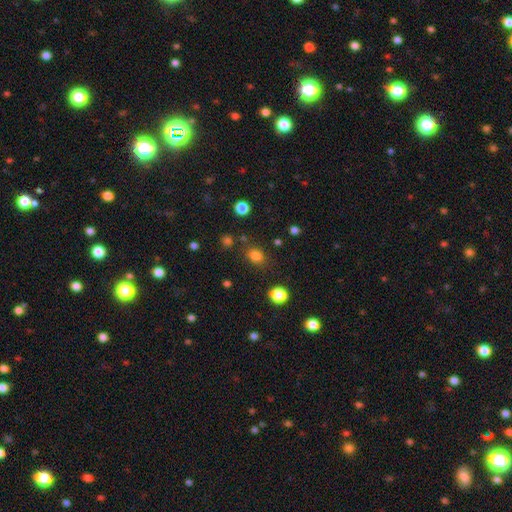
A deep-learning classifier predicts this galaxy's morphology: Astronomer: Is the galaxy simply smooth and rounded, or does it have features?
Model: smooth — 80%.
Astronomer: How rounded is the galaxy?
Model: round — 64%.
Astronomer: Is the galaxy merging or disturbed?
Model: none — 80%.